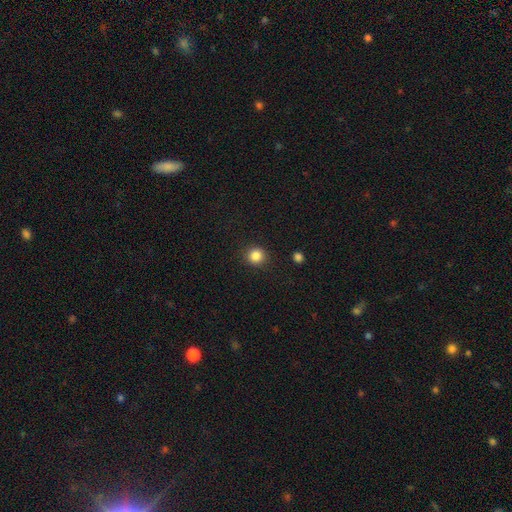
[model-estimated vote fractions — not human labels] This is clearly a smooth galaxy (85%). How rounded: clearly round (91%). Merging: clearly none (91%).